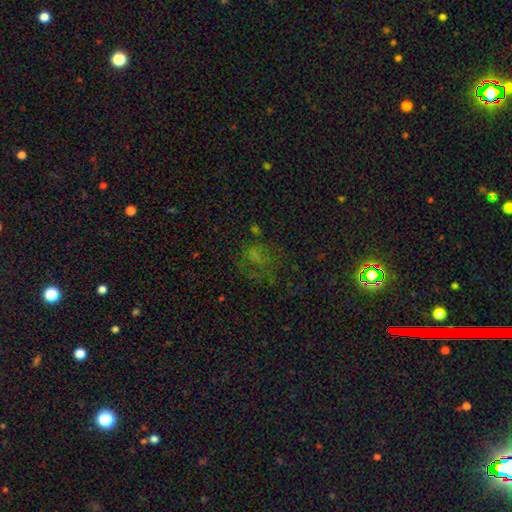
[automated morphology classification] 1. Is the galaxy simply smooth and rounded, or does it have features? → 39% smooth, 35% star or artifact, 26% featured or disk.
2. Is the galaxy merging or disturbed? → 45% none, 32% major disturbance, 18% minor disturbance, 5% merger.